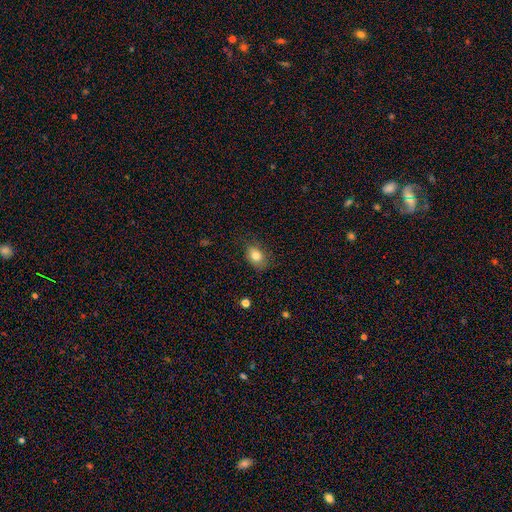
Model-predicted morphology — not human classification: type=smooth (81%); roundness=in between (68%); merging=none (75%).